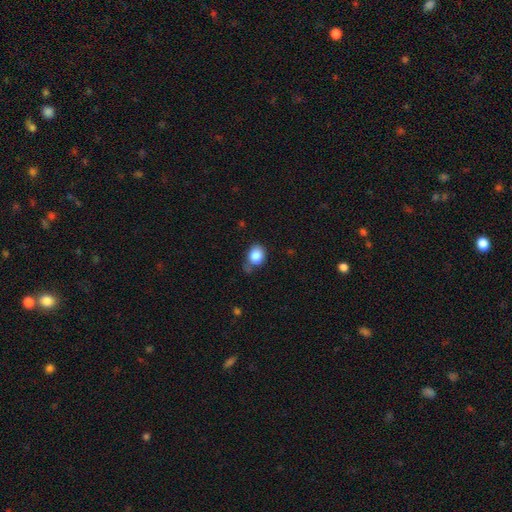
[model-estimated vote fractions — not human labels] This is clearly a smooth galaxy (85%). How rounded: possibly round (58%). Merging: possibly none (59%).